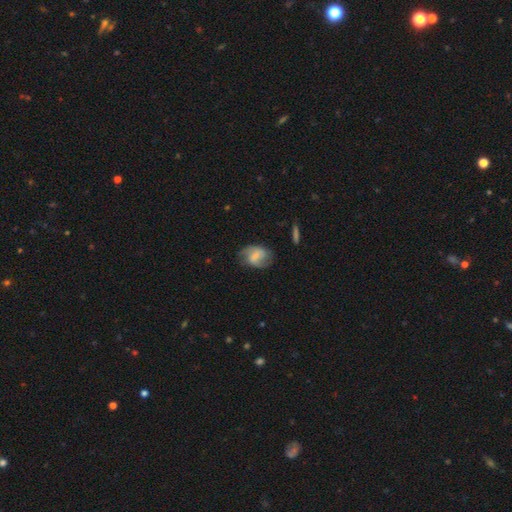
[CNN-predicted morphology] Q: Smooth or featured?
A: smooth (47%); runner-up: featured or disk (45%)
Q: Merging?
A: none (61%); runner-up: minor disturbance (26%)